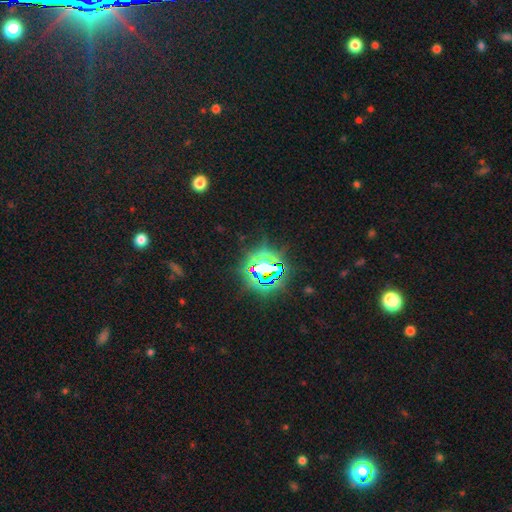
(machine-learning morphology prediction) This appears to be a star or artifact, not a galaxy (80%).